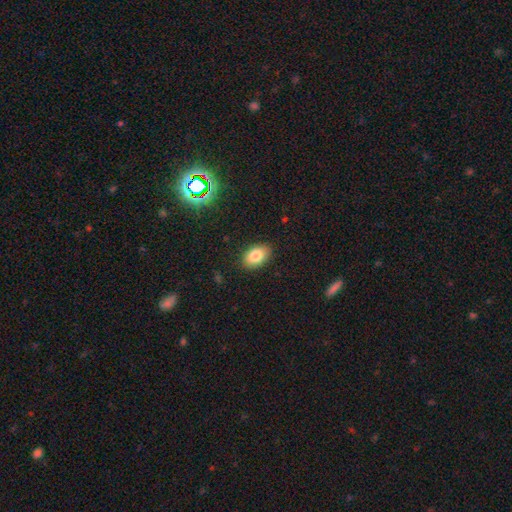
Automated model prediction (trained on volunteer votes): Smooth or featured?
  - smooth: 83% *
  - featured or disk: 8%
  - star or artifact: 8%
How rounded?
  - in between: 89% *
  - round: 9%
  - cigar-shaped: 1%
Merging?
  - none: 87% *
  - minor disturbance: 10%
  - major disturbance: 2%
  - merger: 1%